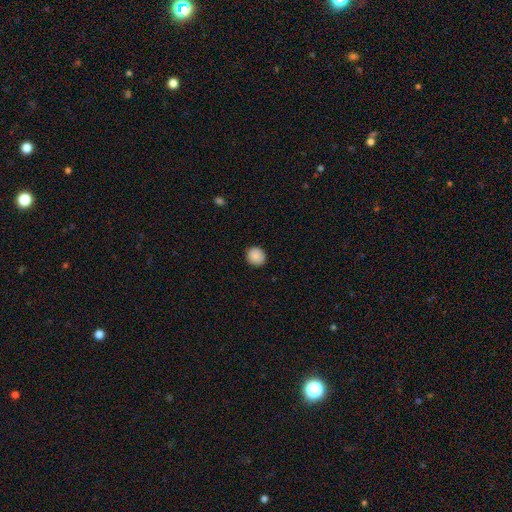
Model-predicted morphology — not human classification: Overall: smooth (89%). How rounded: round (84%). Merging: none (90%).